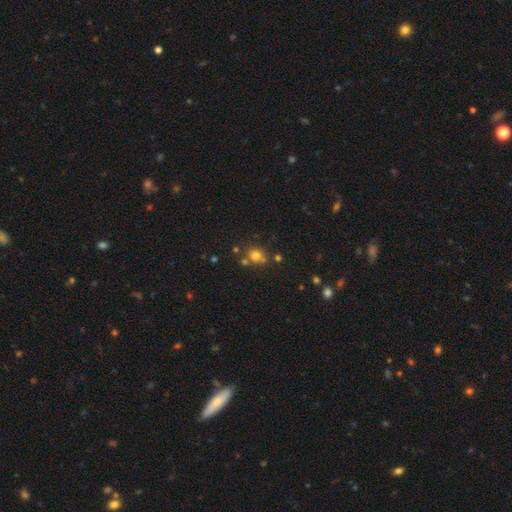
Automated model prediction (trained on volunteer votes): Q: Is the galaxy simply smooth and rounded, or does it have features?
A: smooth — 71%.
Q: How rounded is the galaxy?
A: round — 79%.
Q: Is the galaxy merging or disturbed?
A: none — 60%.